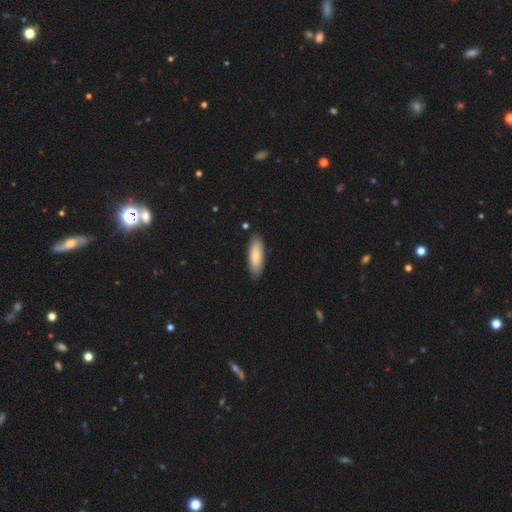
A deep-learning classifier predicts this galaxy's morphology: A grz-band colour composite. It shows a smooth galaxy with no disk features (76%) that is in between round and cigar-shaped (64%). Merging: none (86%).